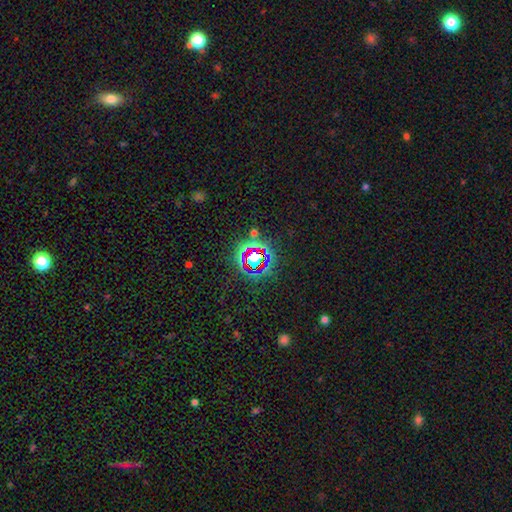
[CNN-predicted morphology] type=star or artifact (70%).